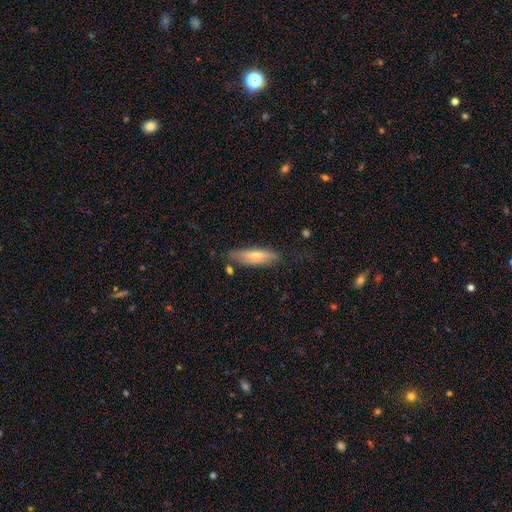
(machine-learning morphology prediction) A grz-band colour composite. It shows a smooth galaxy with no disk features (51%) that is cigar-shaped (65%). Merging: none (75%).